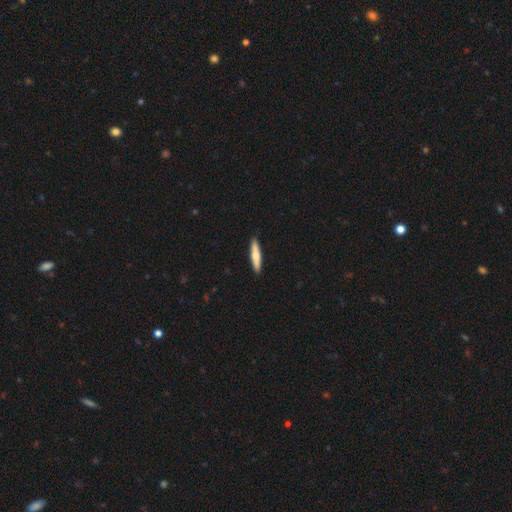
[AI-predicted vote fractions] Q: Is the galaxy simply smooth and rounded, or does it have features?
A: smooth — 64%.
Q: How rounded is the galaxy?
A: cigar-shaped — 87%.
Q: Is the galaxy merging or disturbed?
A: none — 91%.